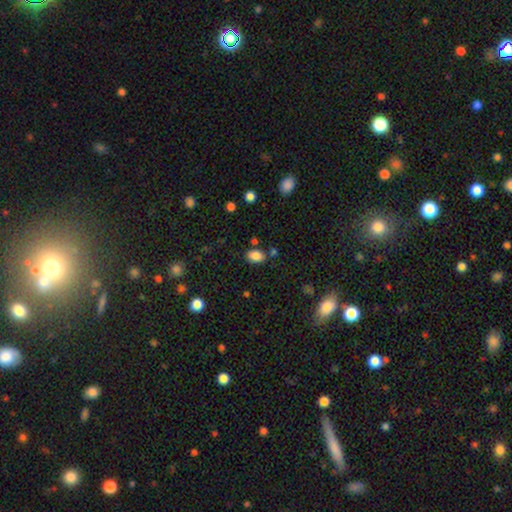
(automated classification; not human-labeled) Smooth or featured?
  - smooth: 85% *
  - star or artifact: 10%
  - featured or disk: 5%
How rounded?
  - in between: 85% *
  - round: 14%
  - cigar-shaped: 1%
Merging?
  - none: 75% *
  - minor disturbance: 13%
  - merger: 8%
  - major disturbance: 4%